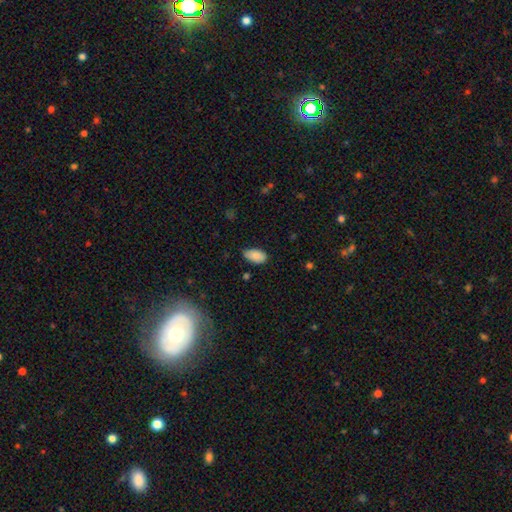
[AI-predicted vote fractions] Smooth or featured?
  - smooth: 86% *
  - star or artifact: 7%
  - featured or disk: 7%
How rounded?
  - in between: 94% *
  - round: 4%
  - cigar-shaped: 2%
Merging?
  - none: 70% *
  - minor disturbance: 25%
  - major disturbance: 4%
  - merger: 2%